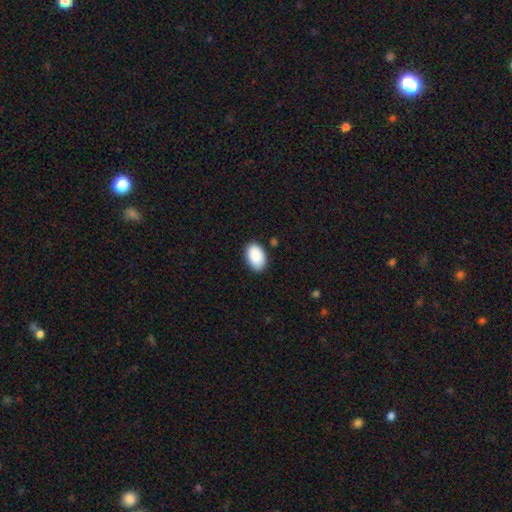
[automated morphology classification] A smooth galaxy with no disk features (91%) that is in between round and cigar-shaped (92%). Merging: none (87%).